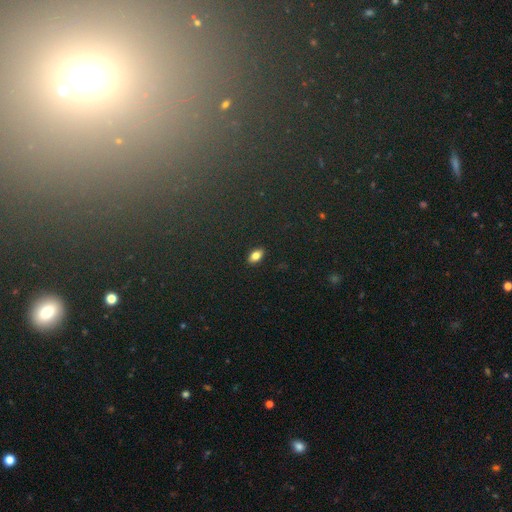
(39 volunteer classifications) A smooth galaxy with no disk features (87%) that is in between round and cigar-shaped (79%). Merging: none (92%).